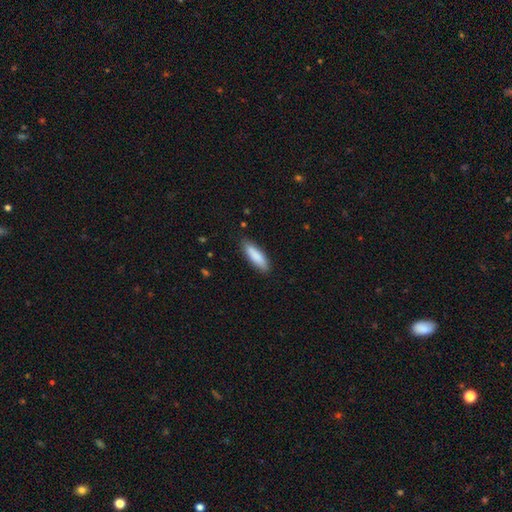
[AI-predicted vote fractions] smooth_or_featured: smooth (p=0.86) [alt: featured or disk p=0.08]
how_rounded: cigar-shaped (p=0.56) [alt: in between p=0.42]
merging: none (p=0.84) [alt: minor disturbance p=0.12]